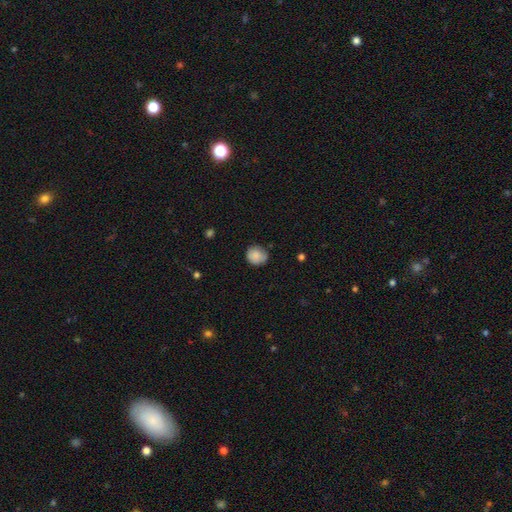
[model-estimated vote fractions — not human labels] This appears to be a smooth galaxy with no disk features (85%) that is round (79%). Merging: none (75%).